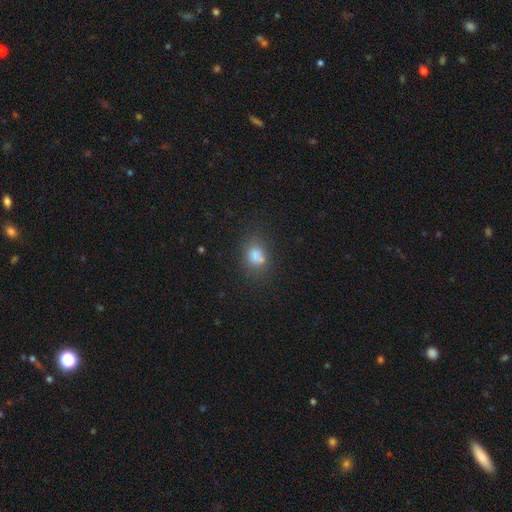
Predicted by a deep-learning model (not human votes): This appears to be a smooth galaxy with no disk features (78%) that is in between round and cigar-shaped (60%). Merging: none (59%).